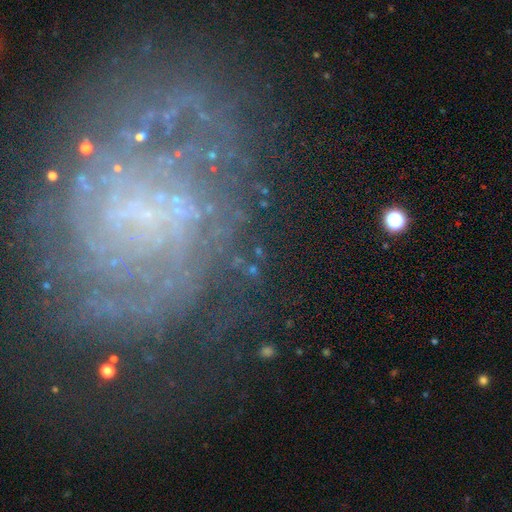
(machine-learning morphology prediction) Overall: featured or disk (78%). Edge-on disk: no (98%). Bar: no (50%; weak 37%). Spiral arms: yes (86%). Spiral arm count: can't tell (44%; 2 19%). Spiral winding: tight (57%; medium 30%). Bulge size: none (46%; small 38%). Merging: none (65%).